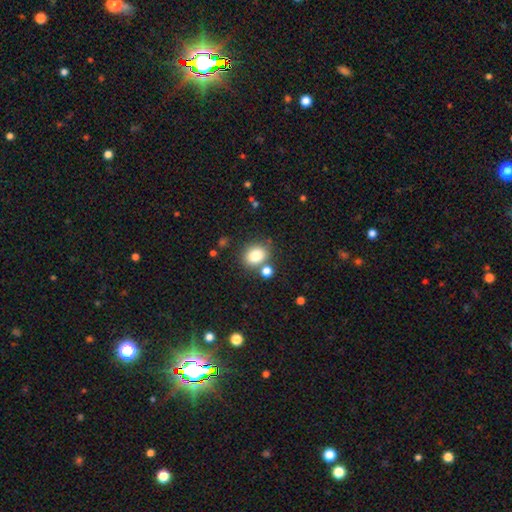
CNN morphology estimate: Smooth or featured? Predicted: smooth (p=0.81). How rounded? Predicted: round (p=0.58). Merging? Predicted: none (p=0.71).